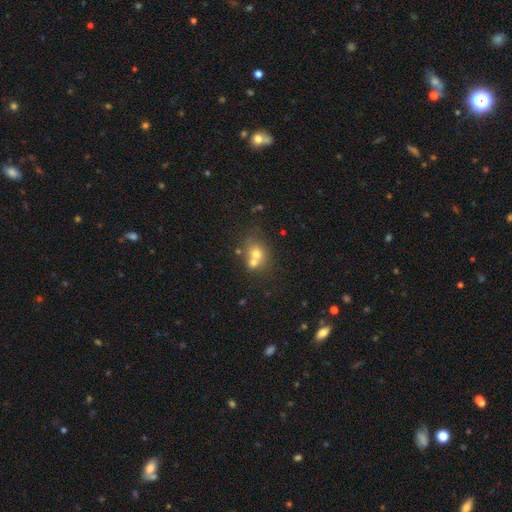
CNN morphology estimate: Smooth or featured? smooth (65%)
How rounded? round (67%)
Merging? merger (53%)